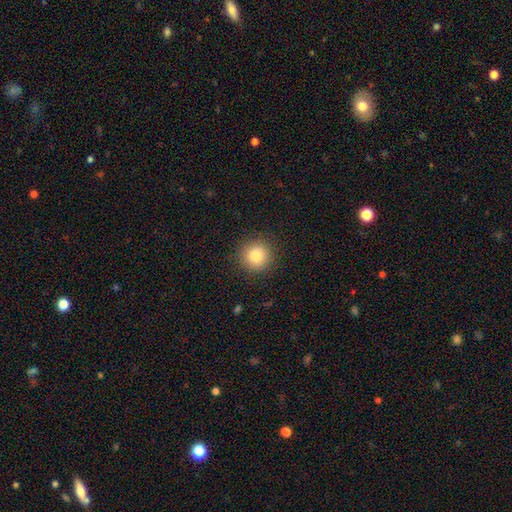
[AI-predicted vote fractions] This is clearly a smooth galaxy (81%). How rounded: clearly round (94%). Merging: clearly none (91%).